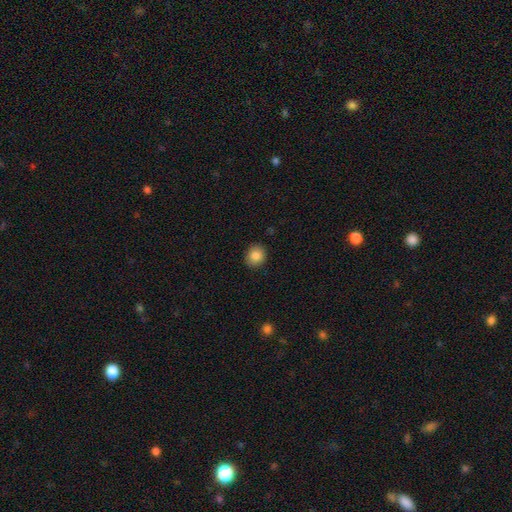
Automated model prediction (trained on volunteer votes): Q: Smooth or featured?
A: smooth (85%); runner-up: star or artifact (10%)
Q: How rounded?
A: round (78%); runner-up: in between (21%)
Q: Merging?
A: none (90%); runner-up: minor disturbance (7%)